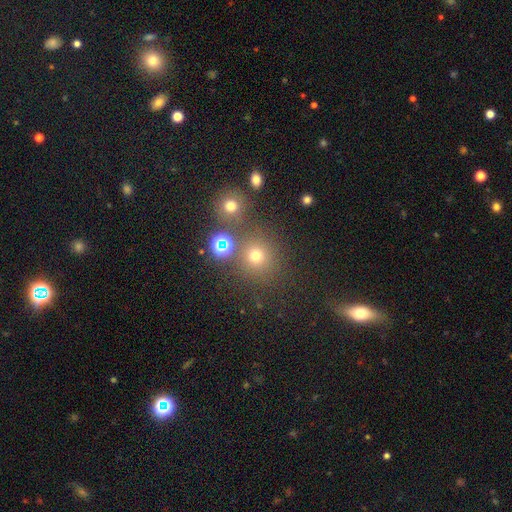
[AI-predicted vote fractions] Q: Smooth or featured?
A: smooth (67%); runner-up: star or artifact (26%)
Q: How rounded?
A: round (91%); runner-up: in between (8%)
Q: Merging?
A: none (76%); runner-up: merger (12%)